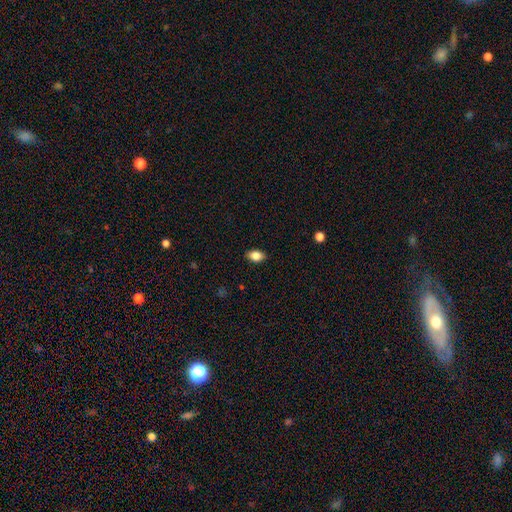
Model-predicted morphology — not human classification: A smooth galaxy with no disk features (83%) that is in between round and cigar-shaped (84%). Merging: none (87%).